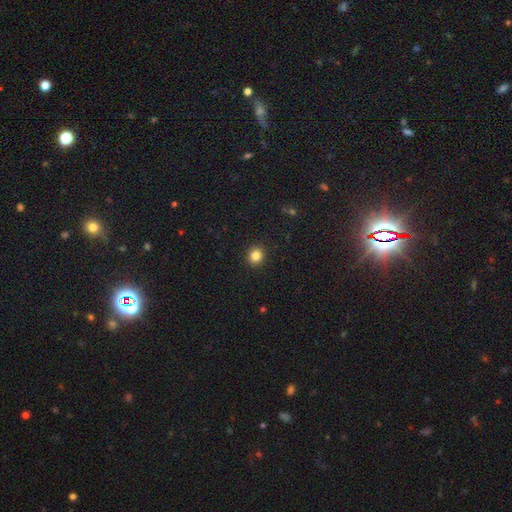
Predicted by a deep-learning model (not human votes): Q: Smooth or featured?
A: smooth (83%); runner-up: star or artifact (12%)
Q: How rounded?
A: round (85%); runner-up: in between (14%)
Q: Merging?
A: none (92%); runner-up: minor disturbance (5%)